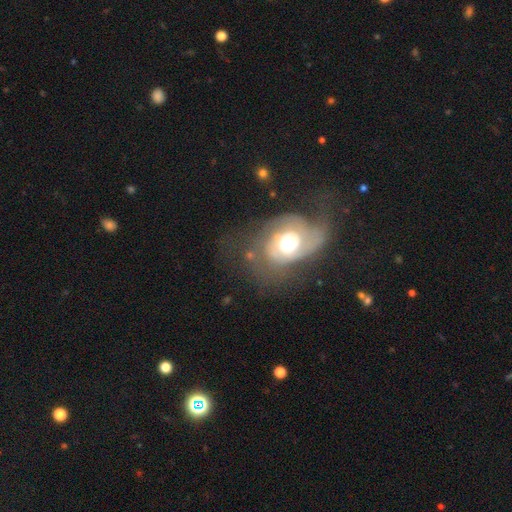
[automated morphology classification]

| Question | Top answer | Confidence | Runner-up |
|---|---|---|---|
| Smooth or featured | featured or disk | 72% | smooth (18%) |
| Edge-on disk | no | 97% | yes (3%) |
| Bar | no | 71% | weak (23%) |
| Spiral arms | yes | 79% | no (21%) |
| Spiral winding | medium | 40% | tight (33%) |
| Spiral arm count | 2 | 51% | can't tell (24%) |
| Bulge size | moderate | 63% | large (24%) |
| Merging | none | 52% | major disturbance (25%) |